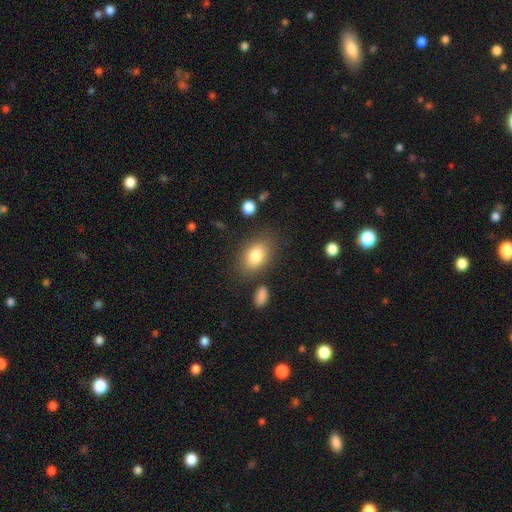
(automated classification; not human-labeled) Morphology: type=smooth (81%); roundness=in between (82%); merging=none (77%).